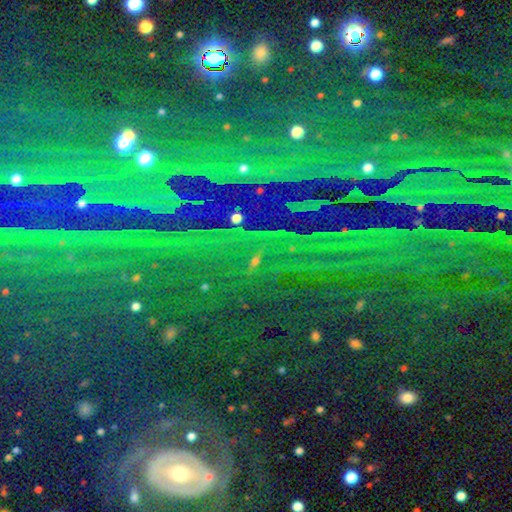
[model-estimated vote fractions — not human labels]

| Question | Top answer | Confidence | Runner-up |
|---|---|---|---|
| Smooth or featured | star or artifact | 78% | featured or disk (12%) |